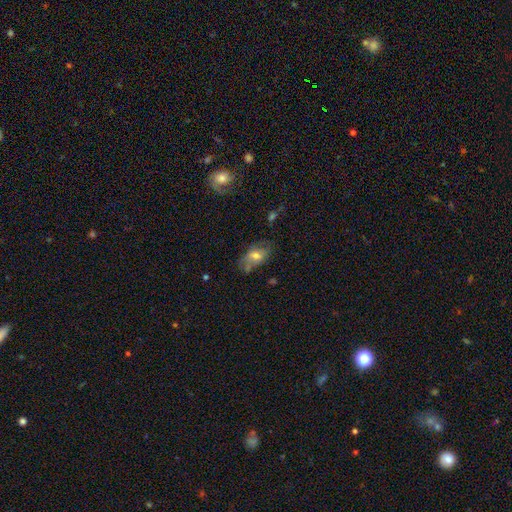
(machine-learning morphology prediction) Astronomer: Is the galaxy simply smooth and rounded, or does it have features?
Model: smooth — 58%.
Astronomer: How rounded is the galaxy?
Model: in between — 88%.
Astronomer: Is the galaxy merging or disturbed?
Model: none — 54%.